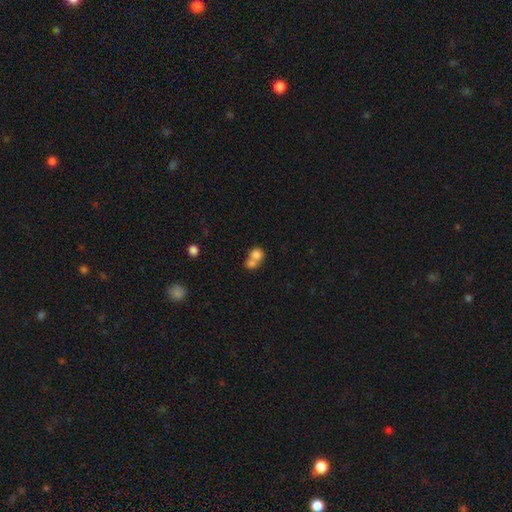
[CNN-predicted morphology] Overall: smooth (77%). How rounded: round (74%). Merging: merger (67%).